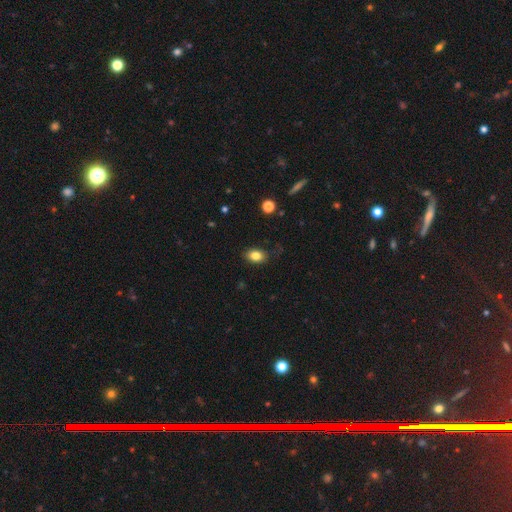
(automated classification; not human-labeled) Smooth or featured? Predicted: smooth (p=0.83). How rounded? Predicted: in between (p=0.79). Merging? Predicted: none (p=0.81).